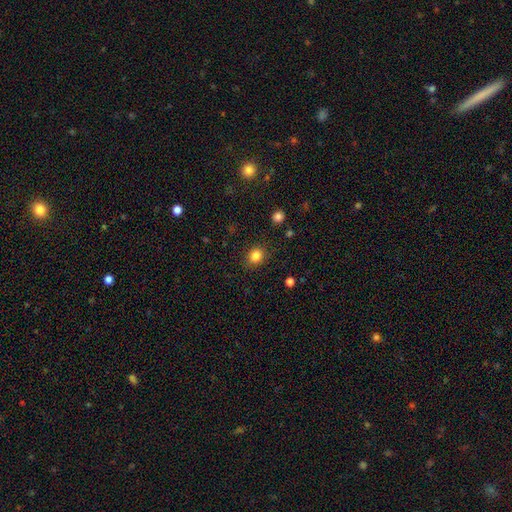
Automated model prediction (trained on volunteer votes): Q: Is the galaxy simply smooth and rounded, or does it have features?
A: smooth — 83%.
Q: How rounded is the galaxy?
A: round — 72%.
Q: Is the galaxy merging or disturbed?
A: none — 87%.